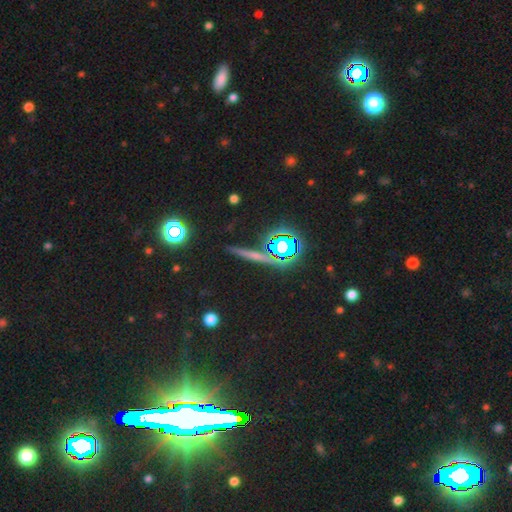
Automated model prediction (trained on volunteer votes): Q: Smooth or featured?
A: star or artifact (41%); runner-up: smooth (31%)